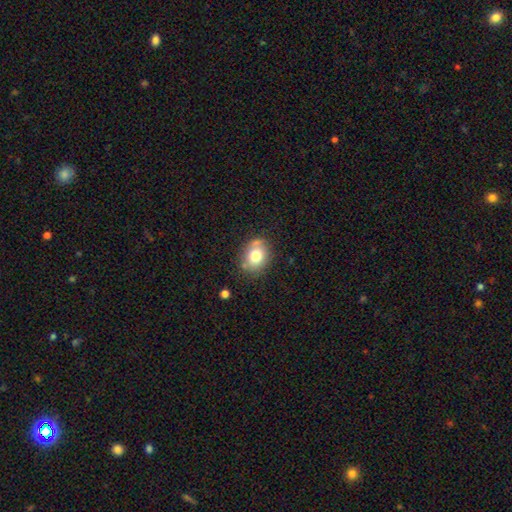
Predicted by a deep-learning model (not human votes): smooth 75%, featured or disk 16%, star or artifact 9%. Down the decision tree: how rounded — in between (55%); merging — none (71%).